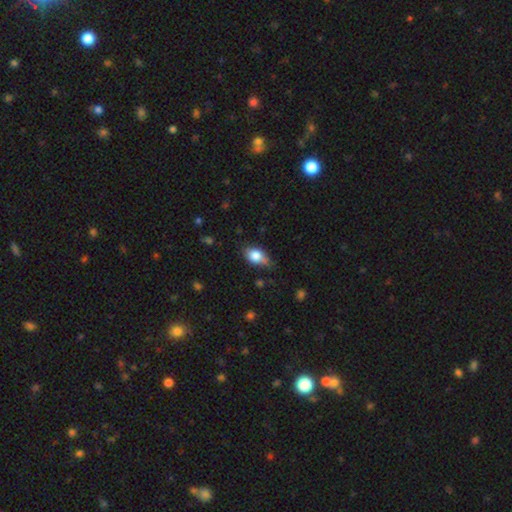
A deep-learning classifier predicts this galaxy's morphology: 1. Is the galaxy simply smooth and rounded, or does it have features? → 79% smooth, 13% featured or disk, 8% star or artifact.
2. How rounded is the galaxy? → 83% in between, 14% round, 3% cigar-shaped.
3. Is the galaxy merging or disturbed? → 58% none, 33% minor disturbance, 6% major disturbance, 3% merger.